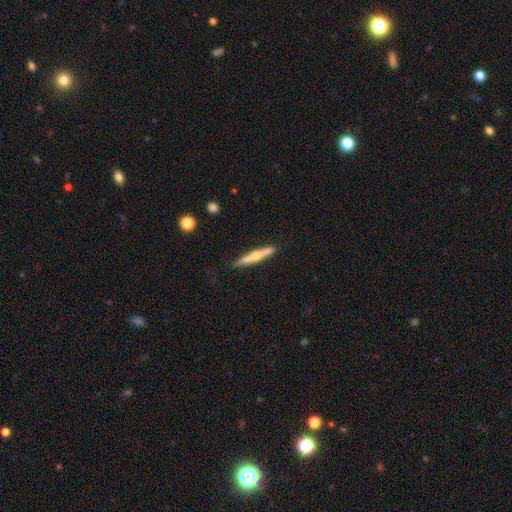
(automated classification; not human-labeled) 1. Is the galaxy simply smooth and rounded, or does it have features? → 51% featured or disk, 43% smooth, 5% star or artifact.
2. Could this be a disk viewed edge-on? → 96% yes, 4% no.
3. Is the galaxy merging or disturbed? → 86% none, 10% minor disturbance, 2% merger, 2% major disturbance.